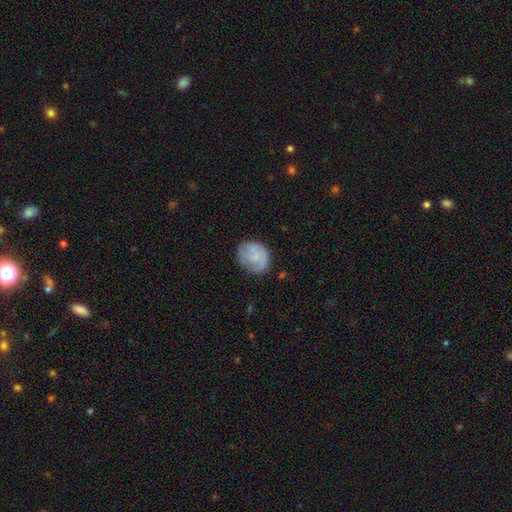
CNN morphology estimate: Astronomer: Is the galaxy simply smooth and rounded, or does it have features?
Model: smooth — 58%.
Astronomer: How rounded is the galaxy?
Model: round — 64%.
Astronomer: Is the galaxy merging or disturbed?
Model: none — 63%.